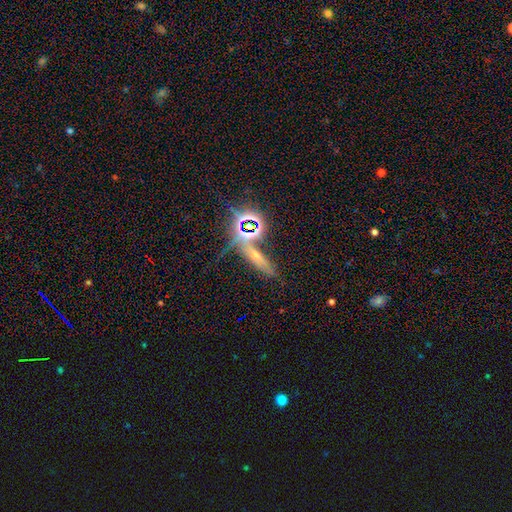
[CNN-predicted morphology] A star or artifact, not a galaxy (49%).